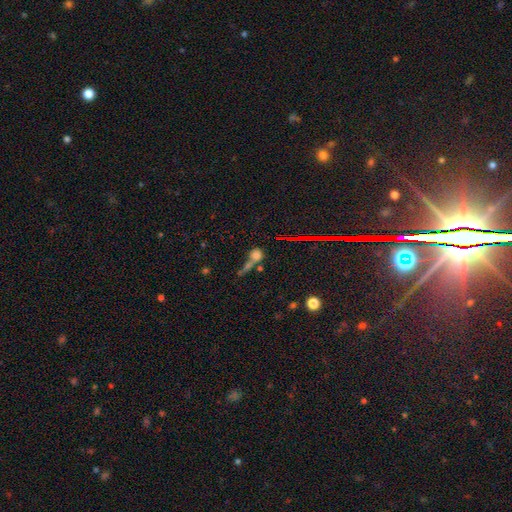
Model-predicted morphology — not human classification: The model was most divided on "merging": merger: 38%, none: 37%, major disturbance: 13%, minor disturbance: 12%. More confident: how rounded — round (64%); smooth or featured — smooth (58%).